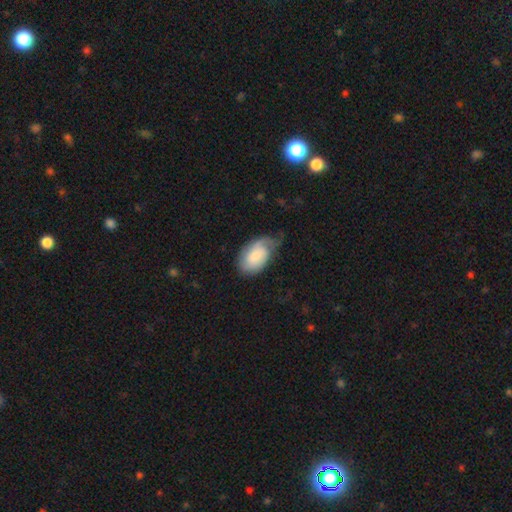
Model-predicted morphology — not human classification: Q: Smooth or featured?
A: smooth (63%); runner-up: featured or disk (31%)
Q: How rounded?
A: in between (91%); runner-up: round (7%)
Q: Merging?
A: none (39%); tied with: minor disturbance (39%)